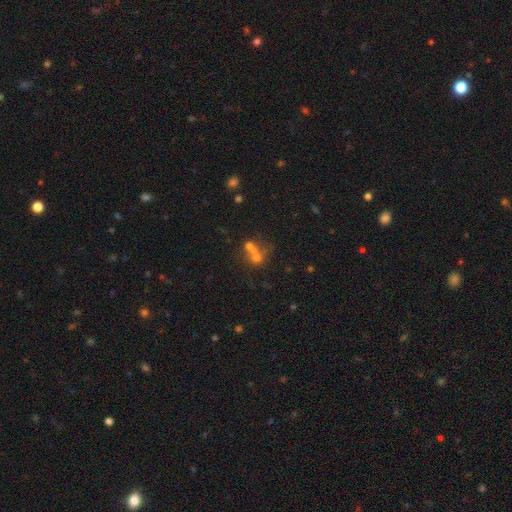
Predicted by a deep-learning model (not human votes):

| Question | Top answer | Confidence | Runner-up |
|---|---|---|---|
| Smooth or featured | smooth | 51% | star or artifact (25%) |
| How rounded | round | 70% | in between (28%) |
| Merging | merger | 56% | none (31%) |